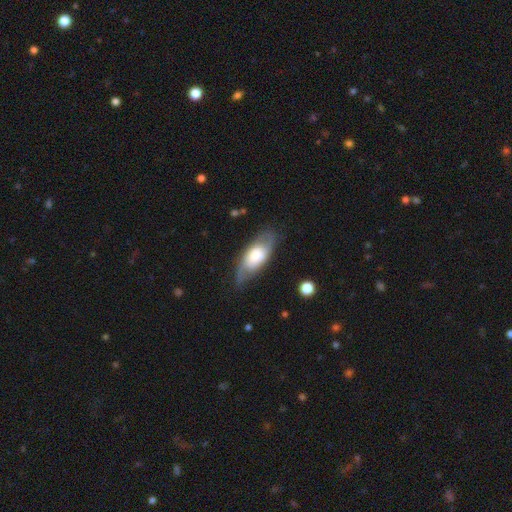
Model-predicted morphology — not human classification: This is possibly a featured or disk galaxy (49%). Merging: likely none (71%).